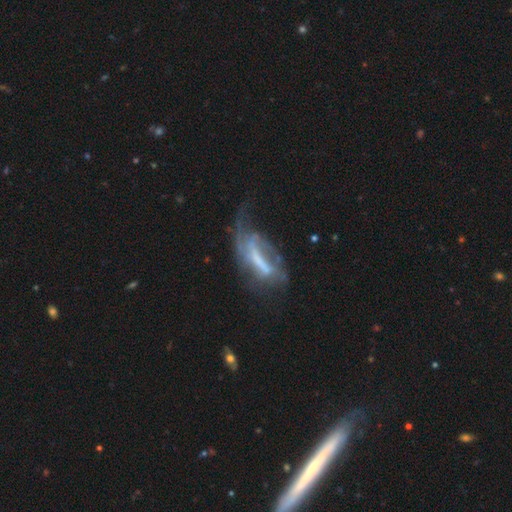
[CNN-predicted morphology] The model was most divided on "merging": major disturbance: 39%, none: 31%, minor disturbance: 24%, merger: 6%. Remaining: edge-on disk — no (78%); smooth or featured — featured or disk (64%); spiral arms — yes (55%); bulge size — none (43%); bar — strong (42%).